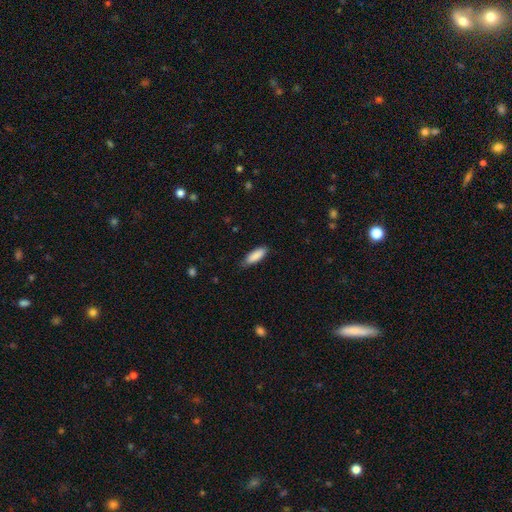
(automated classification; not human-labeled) The model was most divided on "how rounded": in between: 59%, cigar-shaped: 39%, round: 1%. More confident: smooth or featured — smooth (88%); merging — none (78%).